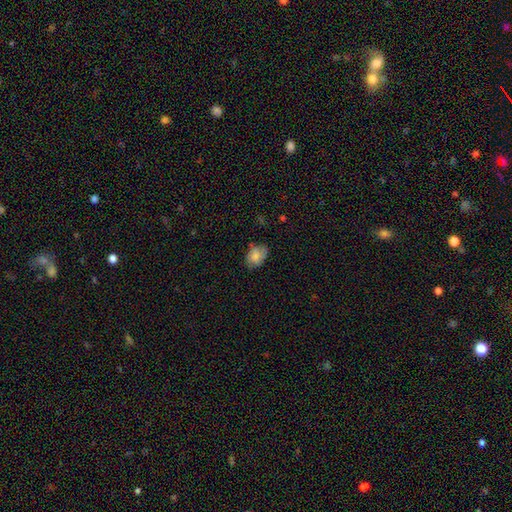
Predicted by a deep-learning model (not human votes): This appears to be a smooth galaxy with no disk features (71%) that is in between round and cigar-shaped (75%). Merging: none (61%).